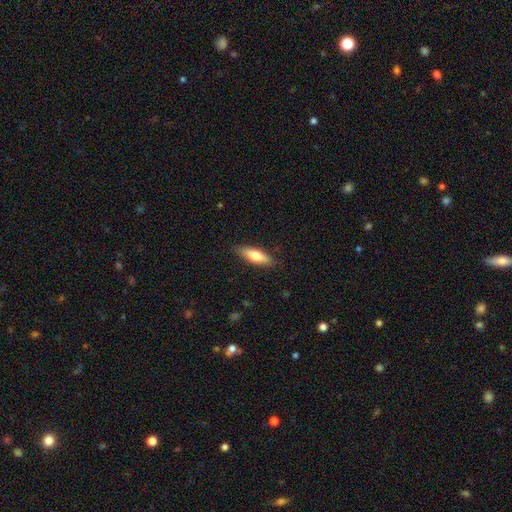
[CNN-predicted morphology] This is likely a smooth galaxy (70%). How rounded: possibly cigar-shaped (49%, tied with in between). Merging: clearly none (85%).